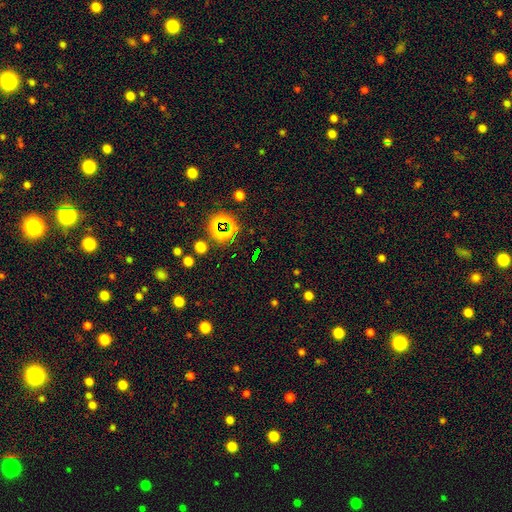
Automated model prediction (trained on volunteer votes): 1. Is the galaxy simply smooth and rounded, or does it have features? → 69% star or artifact, 22% smooth, 9% featured or disk.